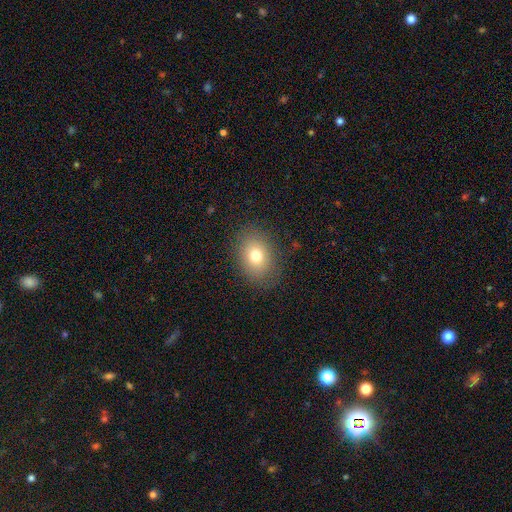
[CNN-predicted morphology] smooth-or-featured: smooth: 76% | star or artifact: 12% | featured or disk: 12%
  how-rounded: in between: 65% | round: 34% | cigar-shaped: 1%
  merging: none: 86% | minor disturbance: 10% | major disturbance: 4% | merger: 1%